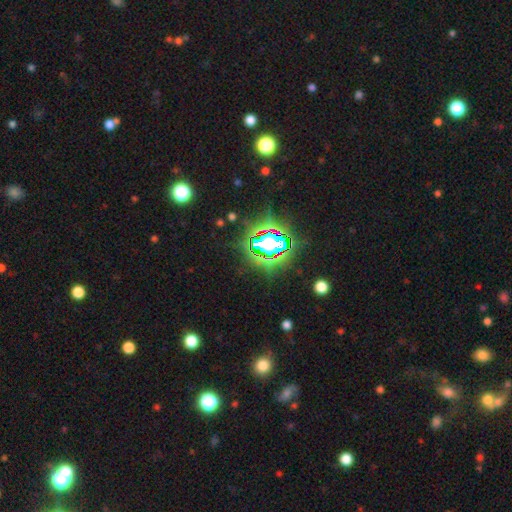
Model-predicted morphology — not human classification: Smooth or featured? Predicted: star or artifact (p=0.75).